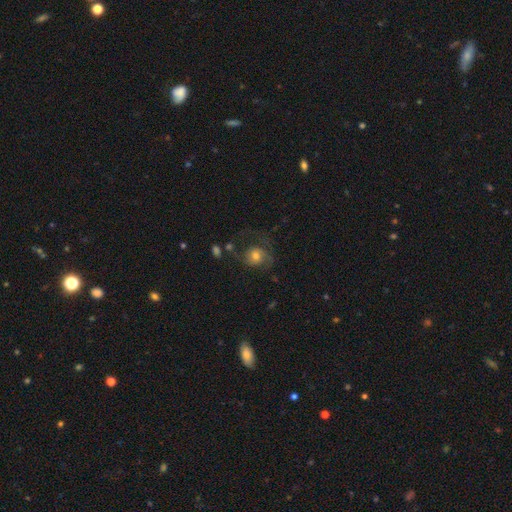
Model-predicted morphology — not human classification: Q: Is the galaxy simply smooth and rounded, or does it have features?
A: featured or disk — 49%.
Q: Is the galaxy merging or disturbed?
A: none — 45%.